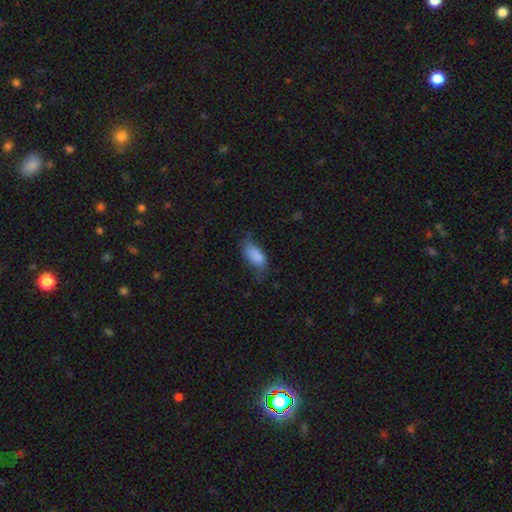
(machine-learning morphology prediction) A smooth galaxy with no disk features (78%) that is in between round and cigar-shaped (91%).

Vote fractions:
- Smooth or featured? smooth: 78% / featured or disk: 14% / star or artifact: 8%
- How rounded? in between: 91% / cigar-shaped: 6% / round: 3%
- Merging? none: 43% / minor disturbance: 35% / major disturbance: 20% / merger: 2%